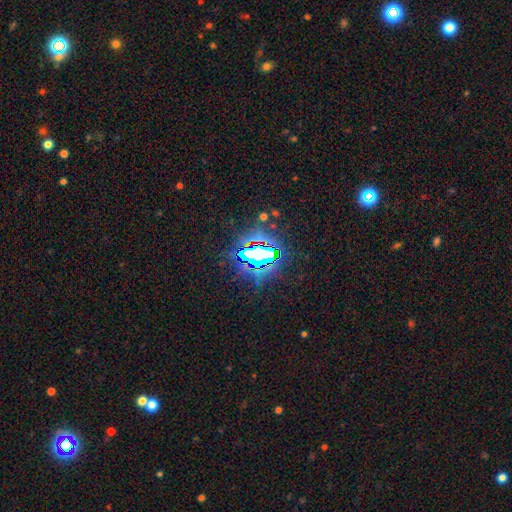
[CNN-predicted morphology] A star or artifact, not a galaxy (77%).

Vote fractions:
- Smooth or featured? star or artifact: 77% / smooth: 12% / featured or disk: 11%